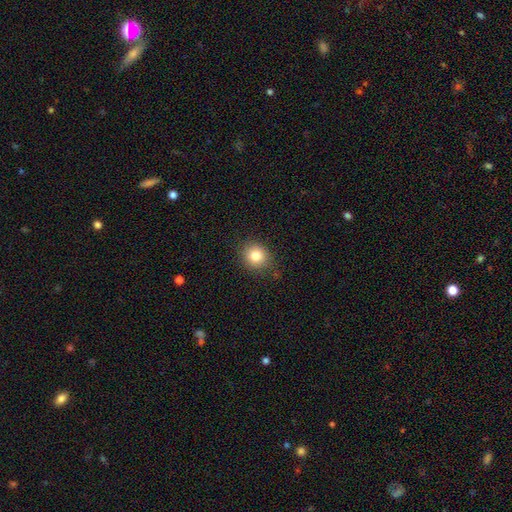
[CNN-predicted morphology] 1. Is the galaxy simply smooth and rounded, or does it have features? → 82% smooth, 11% star or artifact, 7% featured or disk.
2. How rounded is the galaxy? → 82% round, 17% in between, 1% cigar-shaped.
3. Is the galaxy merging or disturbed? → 84% none, 12% minor disturbance, 3% major disturbance, 1% merger.